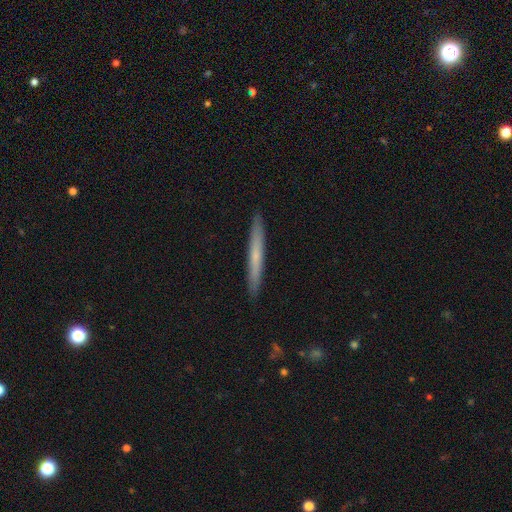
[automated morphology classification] Smooth or featured: smooth — 55% (featured or disk — 39%)
How rounded: cigar-shaped — 97% (in between — 2%)
Merging: none — 92% (minor disturbance — 6%)